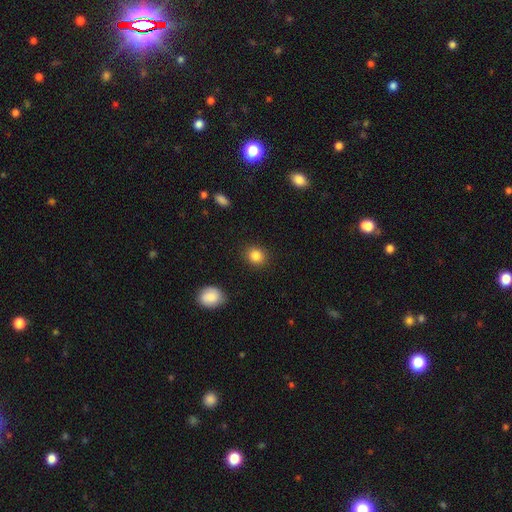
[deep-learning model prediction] Smooth or featured? smooth (85%)
How rounded? round (74%)
Merging? none (89%)